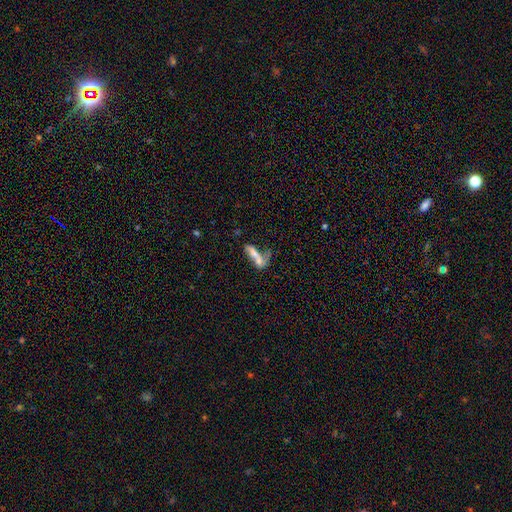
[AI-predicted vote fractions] The model was most divided on "how rounded" (2-way tie): cigar-shaped: 48%, in between: 48%, round: 4%. More confident: merging — merger (55%); smooth or featured — smooth (54%).